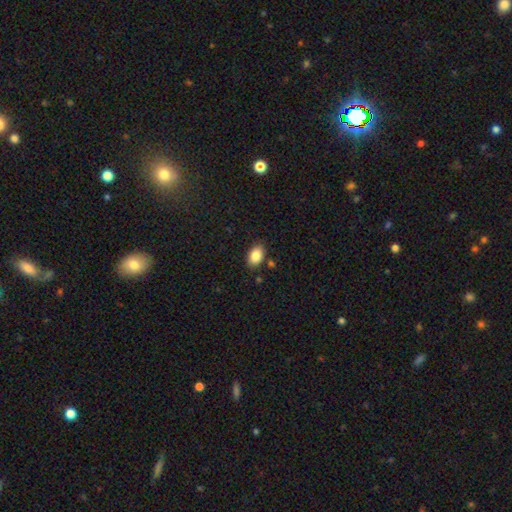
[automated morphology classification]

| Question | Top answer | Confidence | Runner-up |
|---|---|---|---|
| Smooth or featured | smooth | 86% | star or artifact (8%) |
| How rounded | in between | 87% | round (11%) |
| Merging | none | 84% | minor disturbance (11%) |